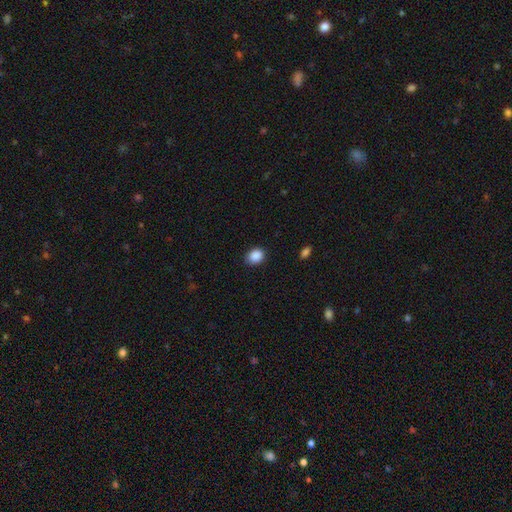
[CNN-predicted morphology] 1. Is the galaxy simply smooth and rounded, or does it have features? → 89% smooth, 8% star or artifact, 3% featured or disk.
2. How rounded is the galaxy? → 52% round, 47% in between, 1% cigar-shaped.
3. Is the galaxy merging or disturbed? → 85% none, 11% minor disturbance, 3% major disturbance, 1% merger.